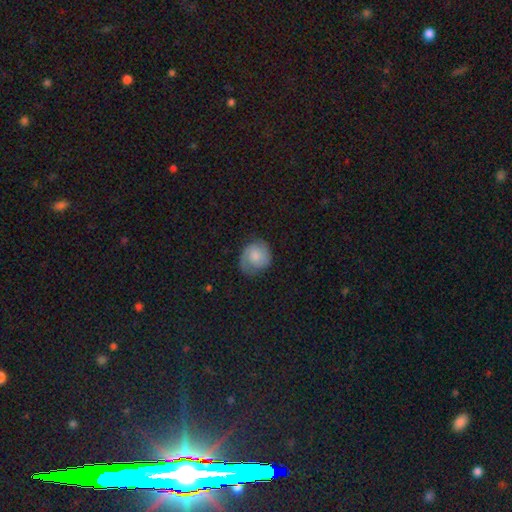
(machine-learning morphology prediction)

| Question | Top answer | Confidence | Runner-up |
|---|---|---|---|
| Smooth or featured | smooth | 61% | featured or disk (31%) |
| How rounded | round | 75% | in between (24%) |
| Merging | none | 66% | minor disturbance (24%) |